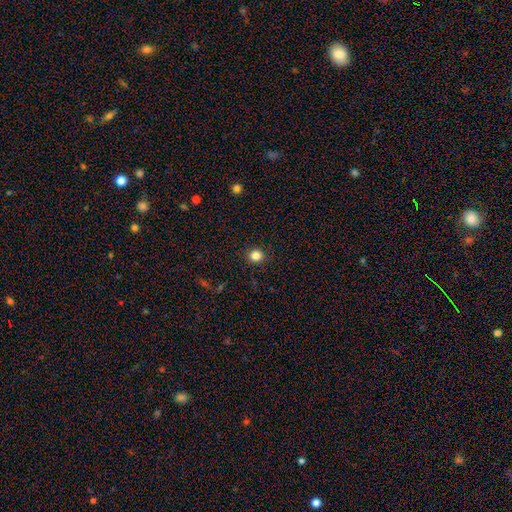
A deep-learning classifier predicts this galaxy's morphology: Overall: smooth (83%). How rounded: round (87%). Merging: none (91%).